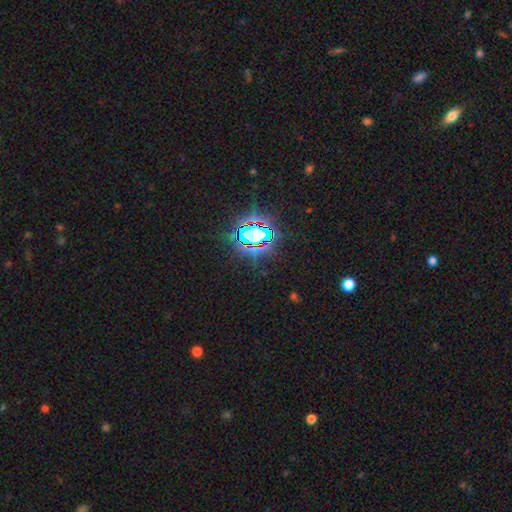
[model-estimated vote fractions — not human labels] smooth-or-featured: star or artifact: 80% | smooth: 13% | featured or disk: 7%